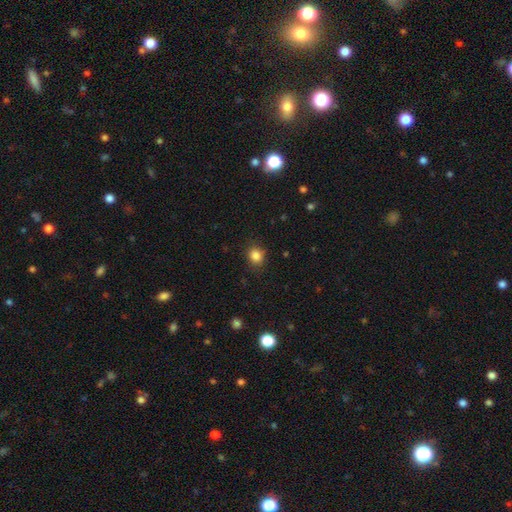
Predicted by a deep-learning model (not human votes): Smooth or featured: smooth — 85% (star or artifact — 11%)
How rounded: round — 74% (in between — 25%)
Merging: none — 85% (minor disturbance — 10%)